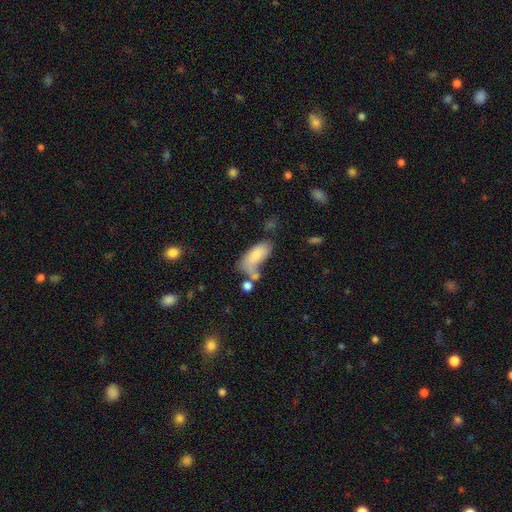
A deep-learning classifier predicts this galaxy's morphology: type=smooth (76%); roundness=in between (86%); merging=none (35%).